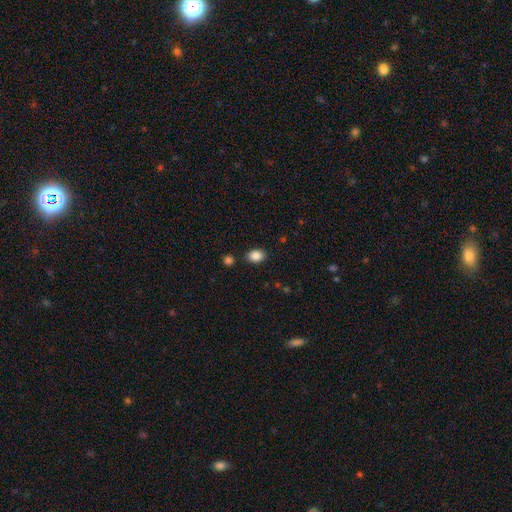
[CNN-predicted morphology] Smooth or featured: smooth — 86% (star or artifact — 9%)
How rounded: in between — 79% (round — 20%)
Merging: none — 84% (minor disturbance — 9%)